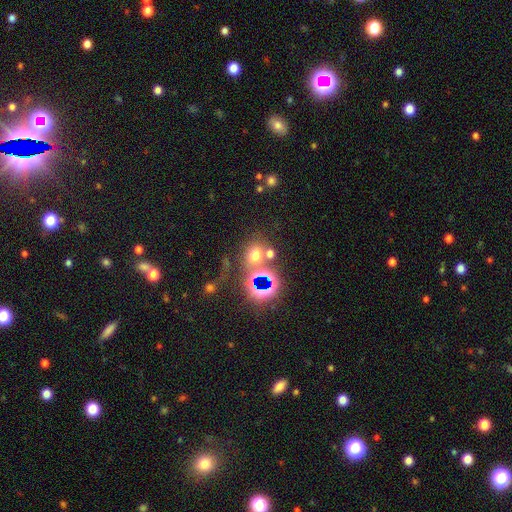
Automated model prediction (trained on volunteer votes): smooth 56%, star or artifact 33%, featured or disk 11%. Down the decision tree: how rounded — round (65%); merging — none (59%).